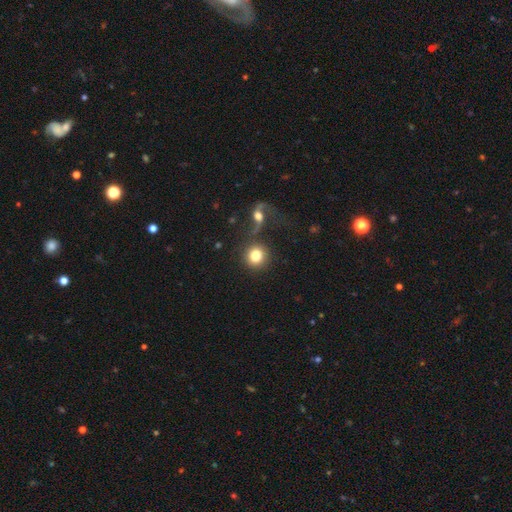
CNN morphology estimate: type=smooth (79%); roundness=round (92%); merging=none (74%).